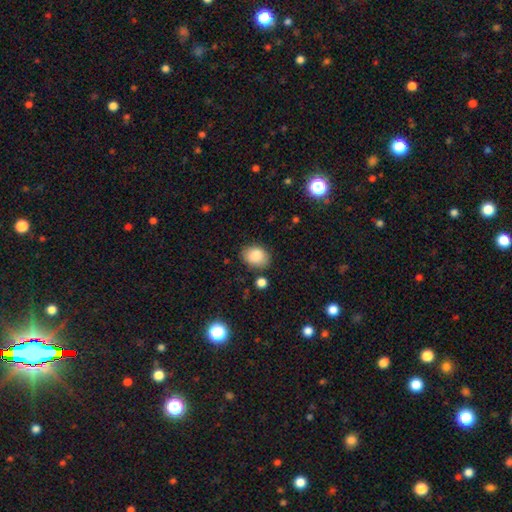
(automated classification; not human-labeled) Smooth or featured? Predicted: smooth (p=0.85). How rounded? Predicted: in between (p=0.61). Merging? Predicted: none (p=0.79).